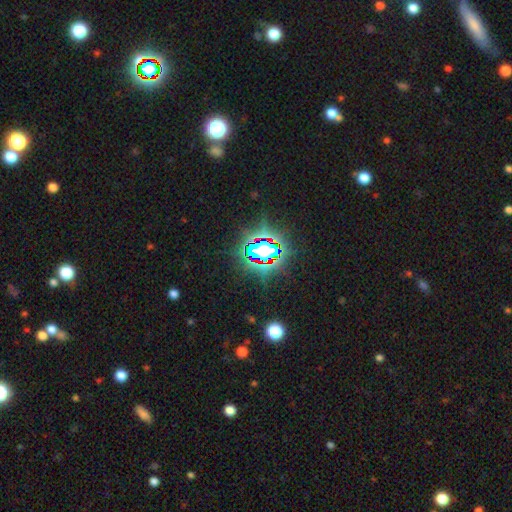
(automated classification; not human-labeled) A star or artifact, not a galaxy (74%).